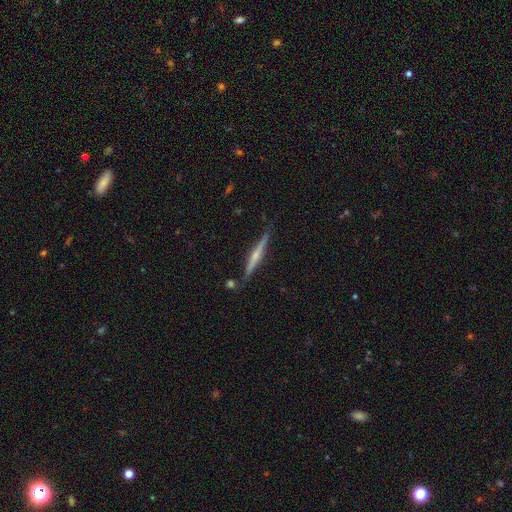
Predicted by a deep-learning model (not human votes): featured or disk 69%, smooth 25%, star or artifact 6%. Down the decision tree: edge-on disk — yes (98%); edge-on bulge — rounded (76%); merging — none (85%).